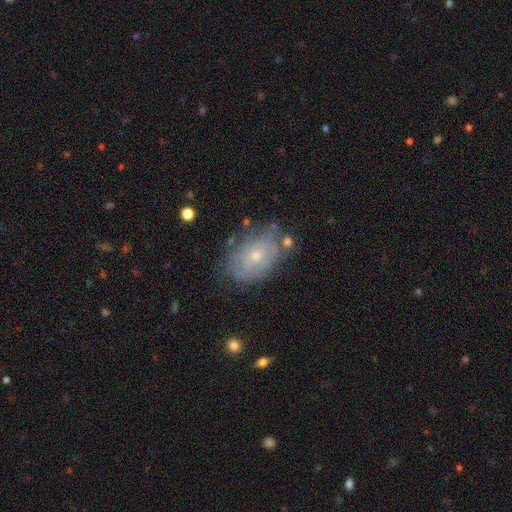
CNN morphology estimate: smooth-or-featured: featured or disk: 55% | smooth: 36% | star or artifact: 9%
  disk-edge-on: no: 94% | yes: 6%
    bar: no: 83% | weak: 15% | strong: 2%
    has-spiral-arms: yes: 59% | no: 41%
    bulge-size: small: 60% | moderate: 36% | large: 1% | none: 1% | dominant: 1%
  merging: none: 67% | minor disturbance: 22% | major disturbance: 7% | merger: 4%